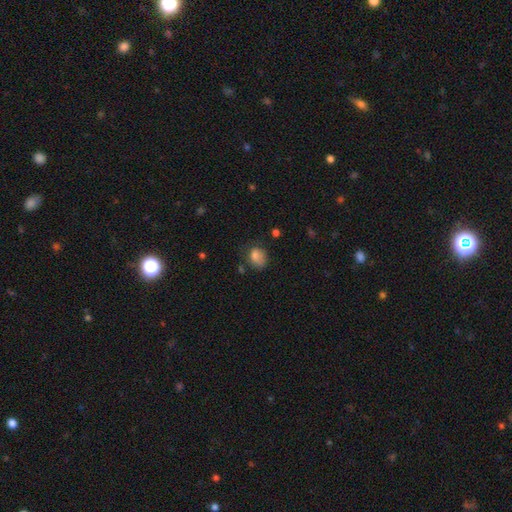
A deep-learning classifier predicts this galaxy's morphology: smooth-or-featured: smooth: 78% | featured or disk: 11% | star or artifact: 11%
  how-rounded: in between: 57% | round: 41% | cigar-shaped: 1%
  merging: none: 47% | minor disturbance: 32% | major disturbance: 17% | merger: 4%